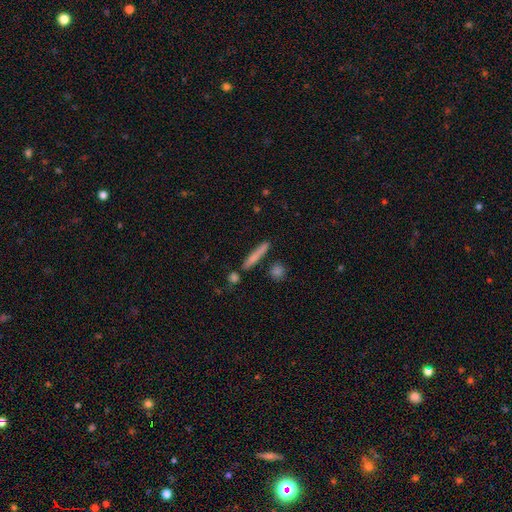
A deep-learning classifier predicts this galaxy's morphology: Overall: smooth (69%). How rounded: cigar-shaped (93%). Merging: none (83%).